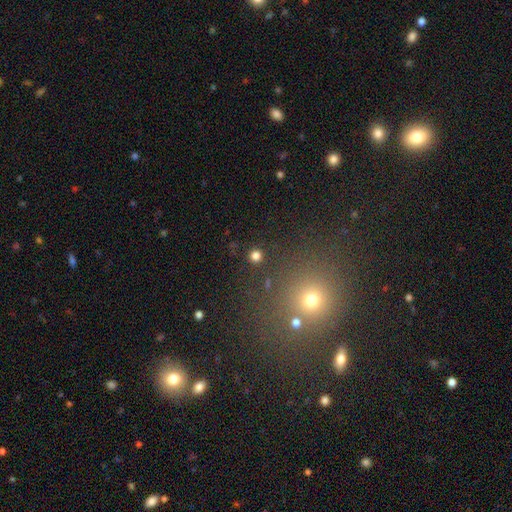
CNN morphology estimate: Smooth or featured? smooth (78%)
How rounded? round (94%)
Merging? none (90%)